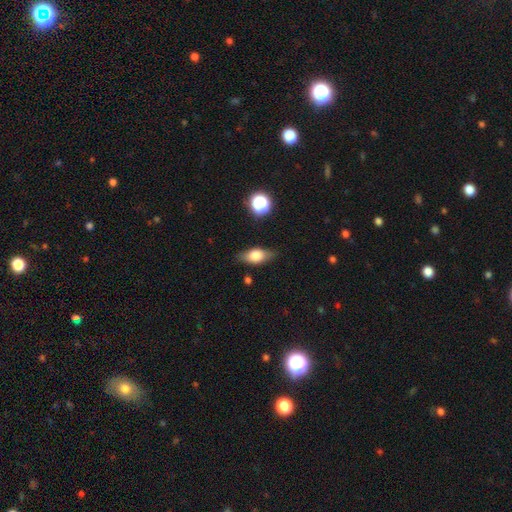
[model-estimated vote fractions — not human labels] The model was most divided on "smooth or featured": smooth: 69%, featured or disk: 23%, star or artifact: 9%. More confident: how rounded — in between (80%); merging — none (80%).